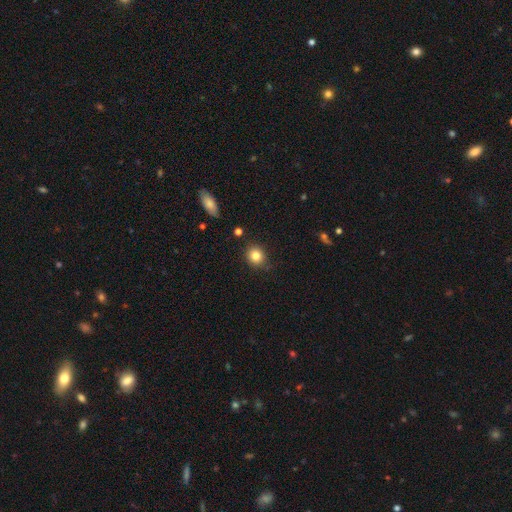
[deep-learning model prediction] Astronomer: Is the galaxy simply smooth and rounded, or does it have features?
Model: smooth — 83%.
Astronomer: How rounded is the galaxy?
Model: round — 80%.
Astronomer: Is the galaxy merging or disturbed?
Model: none — 84%.